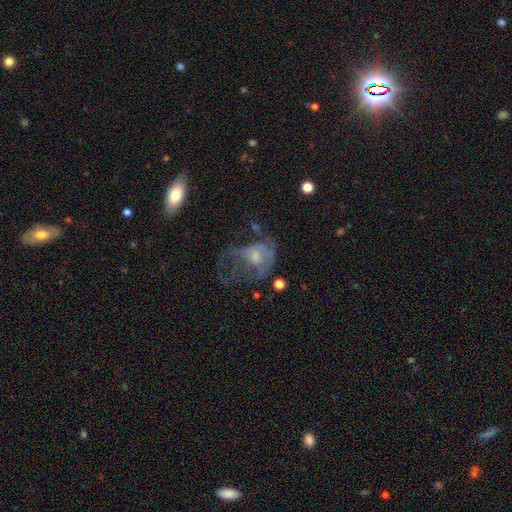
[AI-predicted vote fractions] A featured or disk galaxy (55%) with no bar (78%), no spiral arms (68%) and a moderate central bulge (41%).

Vote fractions:
- Smooth or featured? featured or disk: 55% / smooth: 32% / star or artifact: 13%
- Edge-on disk? no: 97% / yes: 3%
- Bar? no: 78% / weak: 19% / strong: 3%
- Spiral arms? no: 68% / yes: 32%
- Bulge size? moderate: 41% / small: 38% / none: 14% / large: 6% / dominant: 2%
- Merging? major disturbance: 57% / none: 21% / minor disturbance: 15% / merger: 7%